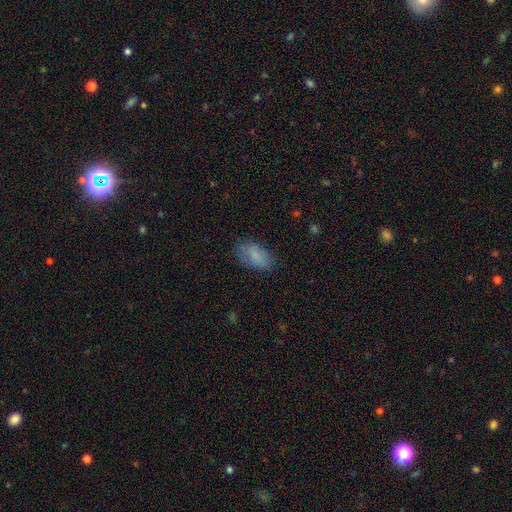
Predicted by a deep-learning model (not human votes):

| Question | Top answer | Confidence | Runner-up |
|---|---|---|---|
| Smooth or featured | smooth | 80% | featured or disk (12%) |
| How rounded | in between | 92% | round (5%) |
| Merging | none | 77% | minor disturbance (17%) |